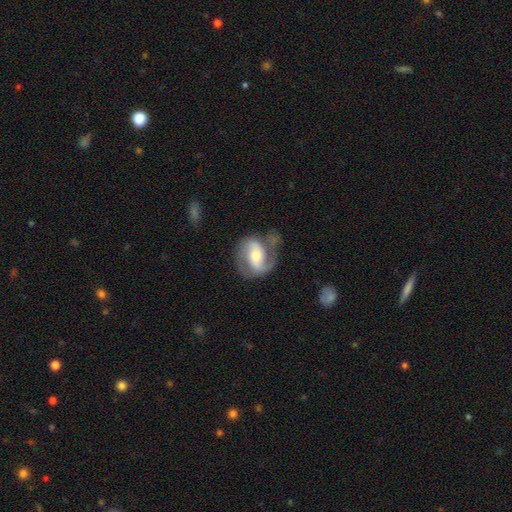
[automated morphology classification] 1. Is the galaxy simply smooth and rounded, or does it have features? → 79% featured or disk, 16% smooth, 6% star or artifact.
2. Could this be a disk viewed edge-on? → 97% no, 3% yes.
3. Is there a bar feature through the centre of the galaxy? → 37% weak, 35% no, 28% strong.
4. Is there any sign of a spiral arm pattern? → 92% yes, 8% no.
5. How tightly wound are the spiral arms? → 47% medium, 33% loose, 20% tight.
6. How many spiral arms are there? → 84% 2, 7% 1, 5% can't tell, 2% 3, 1% 4, 1% more than 4.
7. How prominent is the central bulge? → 61% moderate, 31% small, 5% large, 1% none, 1% dominant.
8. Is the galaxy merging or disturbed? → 60% none, 22% minor disturbance, 14% major disturbance, 4% merger.